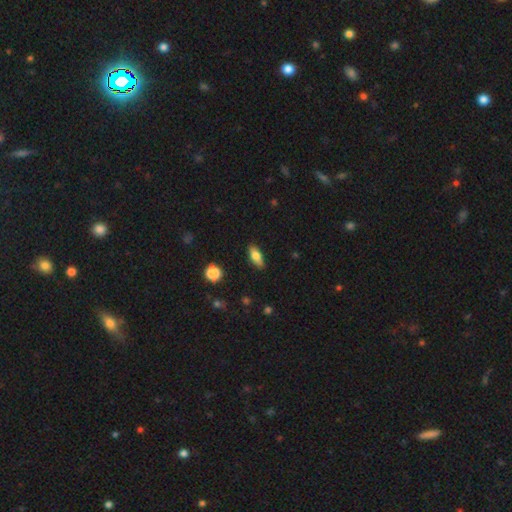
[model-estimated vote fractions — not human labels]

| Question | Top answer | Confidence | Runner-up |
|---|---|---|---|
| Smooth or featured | smooth | 75% | featured or disk (18%) |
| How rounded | in between | 76% | cigar-shaped (20%) |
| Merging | none | 86% | minor disturbance (11%) |